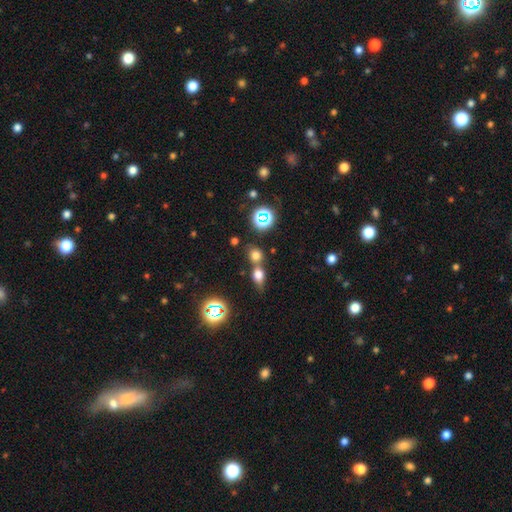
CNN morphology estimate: Smooth or featured? Predicted: smooth (p=0.66). How rounded? Predicted: round (p=0.62). Merging? Predicted: none (p=0.49).